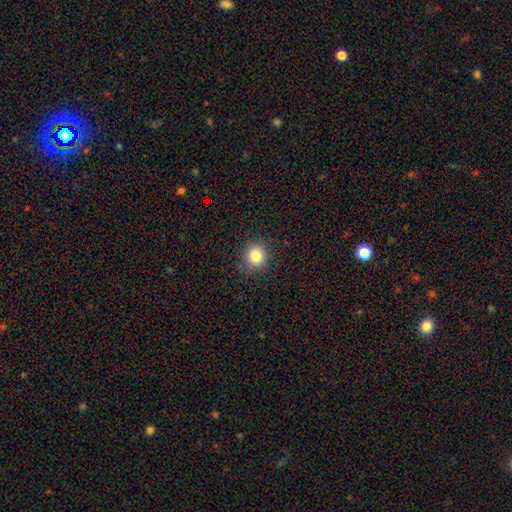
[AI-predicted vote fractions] Overall: smooth (83%). How rounded: round (81%). Merging: none (88%).